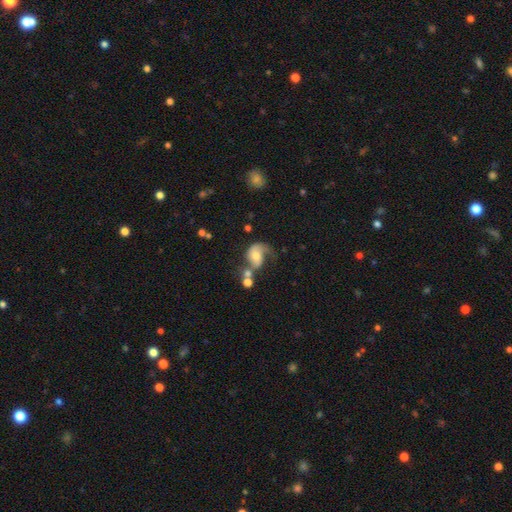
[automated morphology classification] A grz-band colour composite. It shows a featured or disk galaxy (56%) with no bar (68%), spiral arms (80%) and a moderate central bulge (53%). Merging: major disturbance (34%).